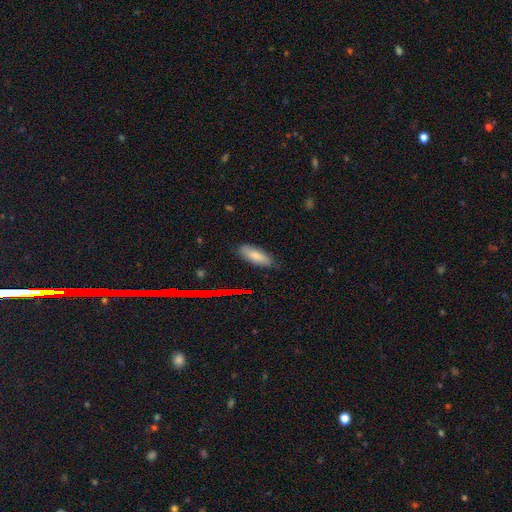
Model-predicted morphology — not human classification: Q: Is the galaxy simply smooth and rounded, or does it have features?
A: smooth — 80%.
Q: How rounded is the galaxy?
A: in between — 71%.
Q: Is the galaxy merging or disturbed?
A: none — 80%.